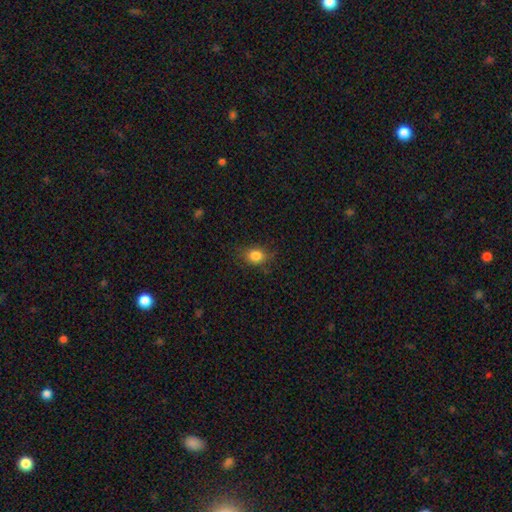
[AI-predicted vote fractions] smooth-or-featured: smooth: 84% | star or artifact: 11% | featured or disk: 5%
  how-rounded: in between: 51% | round: 47% | cigar-shaped: 1%
  merging: none: 79% | minor disturbance: 15% | major disturbance: 4% | merger: 1%